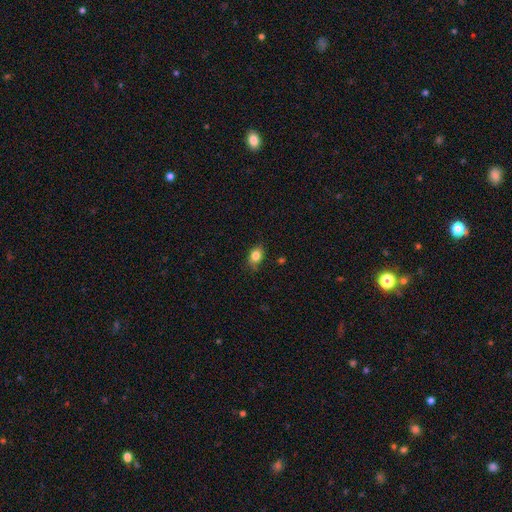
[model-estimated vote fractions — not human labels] Smooth or featured?
  - smooth: 83% *
  - star or artifact: 9%
  - featured or disk: 7%
How rounded?
  - in between: 71% *
  - round: 27%
  - cigar-shaped: 2%
Merging?
  - none: 77% *
  - minor disturbance: 19%
  - major disturbance: 3%
  - merger: 1%